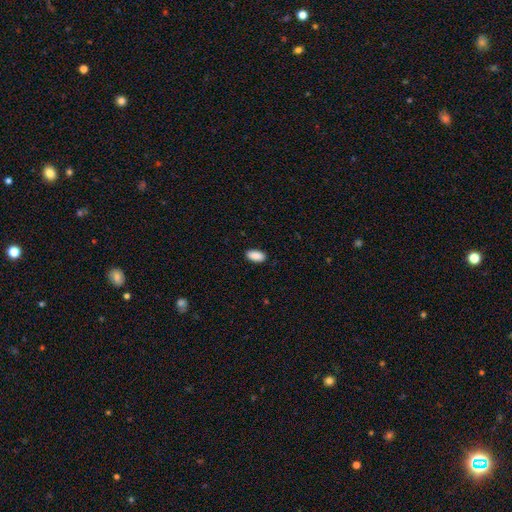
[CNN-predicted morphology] The model was most divided on "merging": none: 89%, minor disturbance: 8%, major disturbance: 2%, merger: 1%. More confident: how rounded — in between (94%); smooth or featured — smooth (90%).